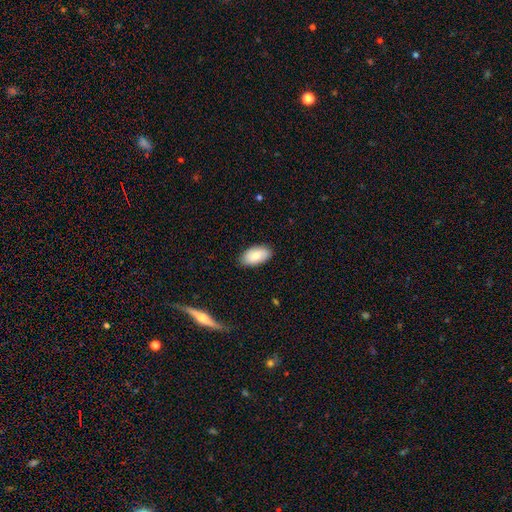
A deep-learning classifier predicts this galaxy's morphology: smooth 80%, featured or disk 14%, star or artifact 6%. Down the decision tree: how rounded — in between (95%); merging — none (85%).